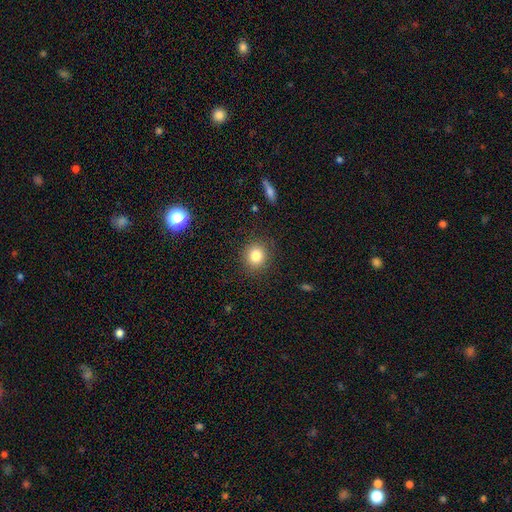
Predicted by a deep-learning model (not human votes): A smooth galaxy with no disk features (82%) that is round (85%). Merging: none (89%).